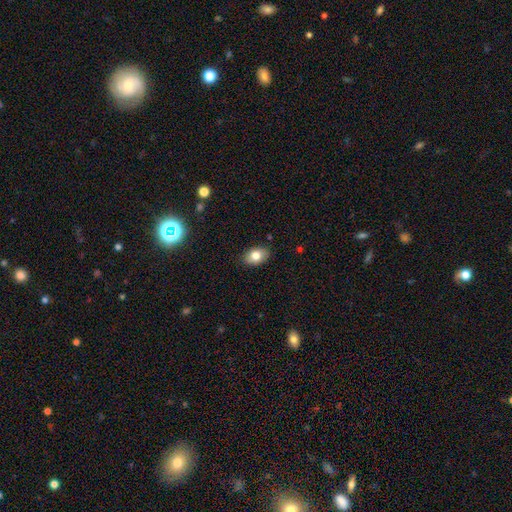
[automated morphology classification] The model was most divided on "smooth or featured": smooth: 80%, featured or disk: 11%, star or artifact: 9%. More confident: merging — none (86%); how rounded — in between (85%).